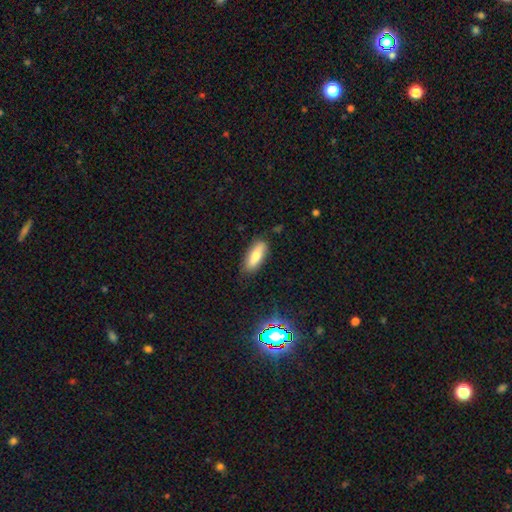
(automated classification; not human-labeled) Morphology: type=smooth (70%); roundness=in between (64%); merging=none (82%).